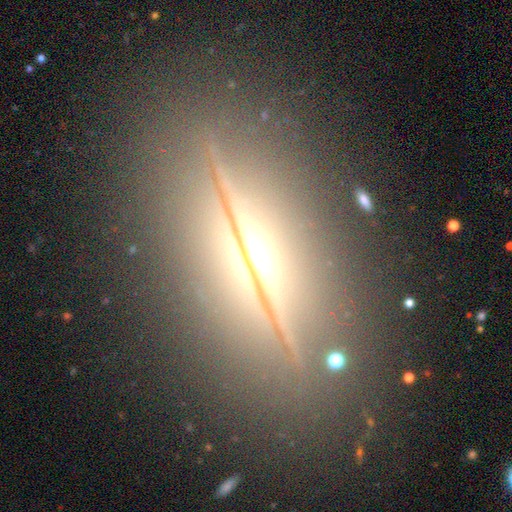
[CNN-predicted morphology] Smooth or featured?
  - featured or disk: 75% *
  - star or artifact: 14%
  - smooth: 11%
Edge-on disk?
  - yes: 92% *
  - no: 8%
Edge-on bulge?
  - rounded: 88% *
  - boxy: 6%
  - none: 6%
Merging?
  - none: 85% *
  - minor disturbance: 9%
  - major disturbance: 4%
  - merger: 2%